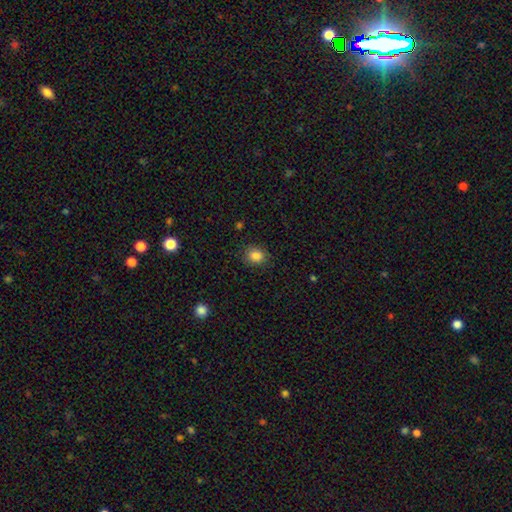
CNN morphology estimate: Overall: smooth (85%). How rounded: round (68%; in between 31%). Merging: none (85%).